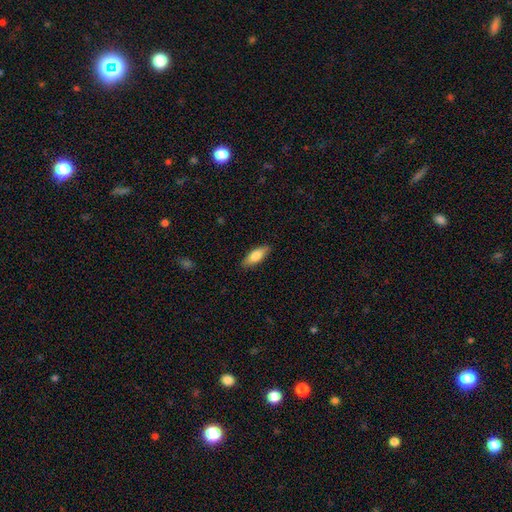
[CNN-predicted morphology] Smooth or featured?
  - smooth: 77% *
  - featured or disk: 17%
  - star or artifact: 6%
How rounded?
  - in between: 66% *
  - cigar-shaped: 32%
  - round: 2%
Merging?
  - none: 87% *
  - minor disturbance: 10%
  - major disturbance: 2%
  - merger: 1%